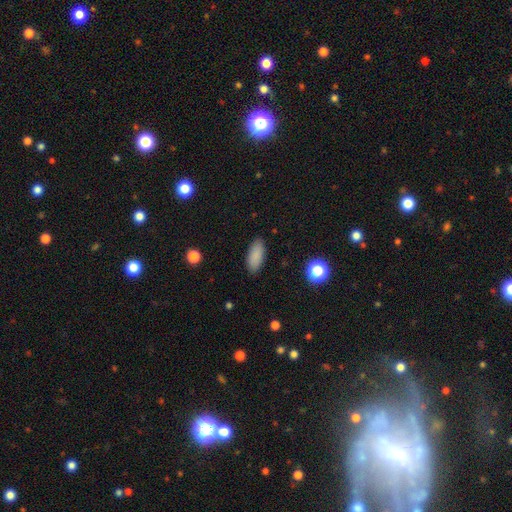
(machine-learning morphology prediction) Smooth or featured? smooth (87%)
How rounded? in between (85%)
Merging? none (89%)